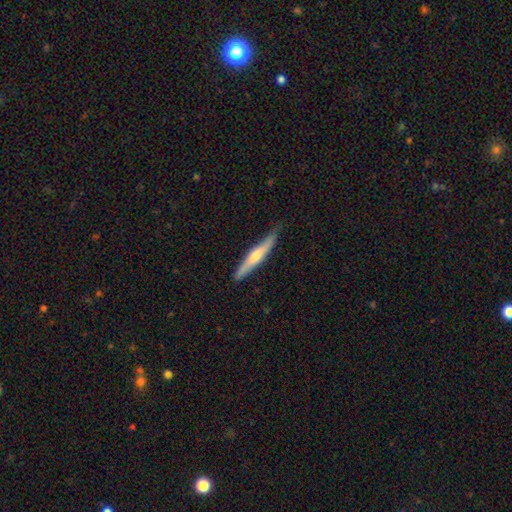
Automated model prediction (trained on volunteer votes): Q: Smooth or featured?
A: featured or disk (52%); runner-up: smooth (42%)
Q: Edge-on disk?
A: yes (94%); runner-up: no (6%)
Q: Merging?
A: none (80%); runner-up: minor disturbance (16%)